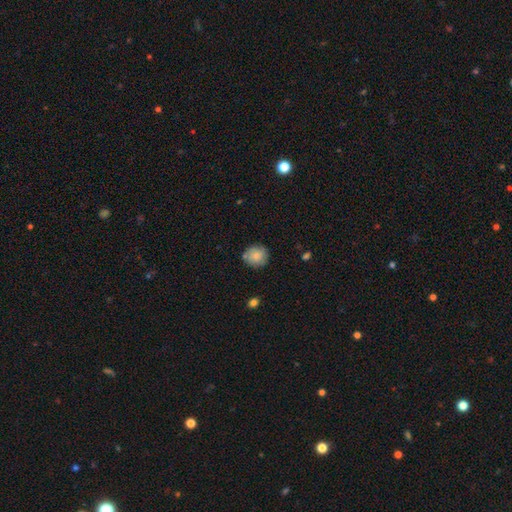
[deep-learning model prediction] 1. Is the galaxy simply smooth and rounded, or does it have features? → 76% smooth, 16% featured or disk, 8% star or artifact.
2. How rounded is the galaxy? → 85% round, 14% in between, 1% cigar-shaped.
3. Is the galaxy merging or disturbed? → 77% none, 16% minor disturbance, 4% merger, 3% major disturbance.